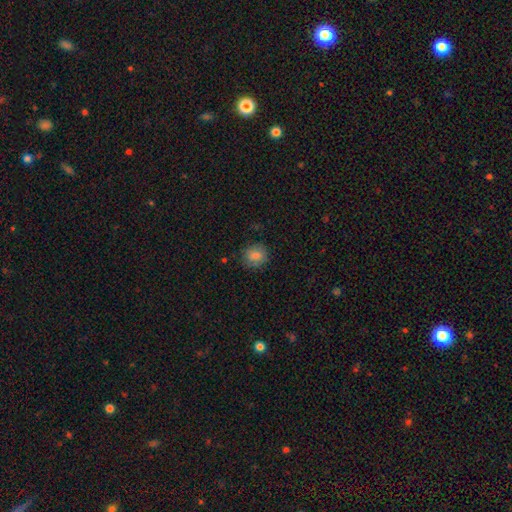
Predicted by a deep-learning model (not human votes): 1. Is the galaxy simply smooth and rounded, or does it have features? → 84% smooth, 9% star or artifact, 7% featured or disk.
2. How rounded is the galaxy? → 80% round, 19% in between, 1% cigar-shaped.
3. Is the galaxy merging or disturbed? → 85% none, 11% minor disturbance, 3% major disturbance, 1% merger.